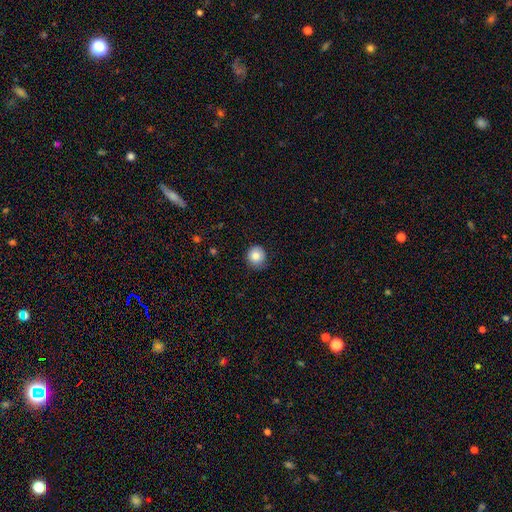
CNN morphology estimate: A smooth galaxy with no disk features (83%) that is round (91%). Merging: none (78%).